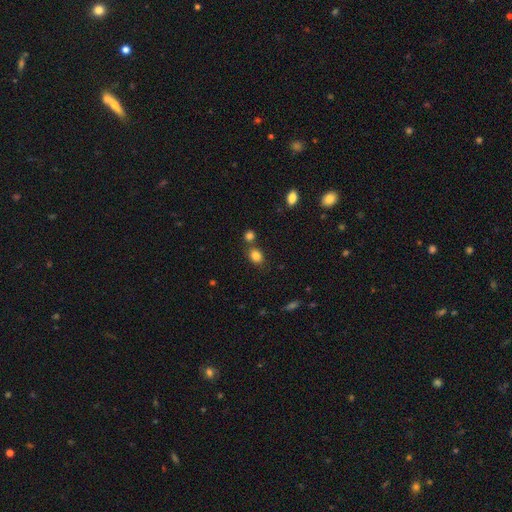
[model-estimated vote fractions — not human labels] Overall: smooth (83%). How rounded: in between (54%; round 45%). Merging: none (69%).